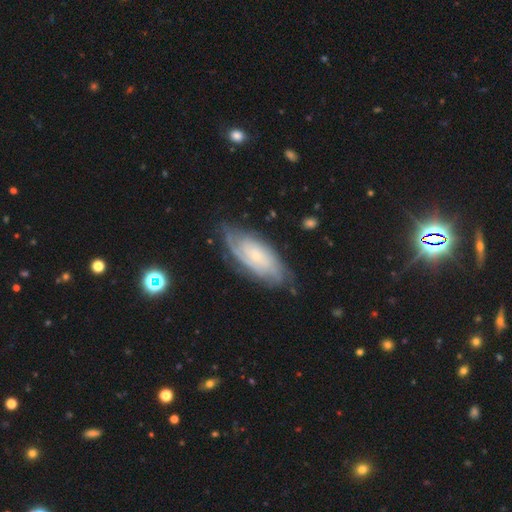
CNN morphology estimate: Smooth or featured: featured or disk — 78% (smooth — 16%)
Edge-on disk: no — 91% (yes — 9%)
Bar: no — 73% (weak — 23%)
Spiral arms: yes — 94% (no — 6%)
Spiral winding: tight — 69% (medium — 25%)
Spiral arm count: can't tell — 46% (2 — 22%)
Bulge size: small — 80% (moderate — 14%)
Merging: none — 73% (minor disturbance — 19%)